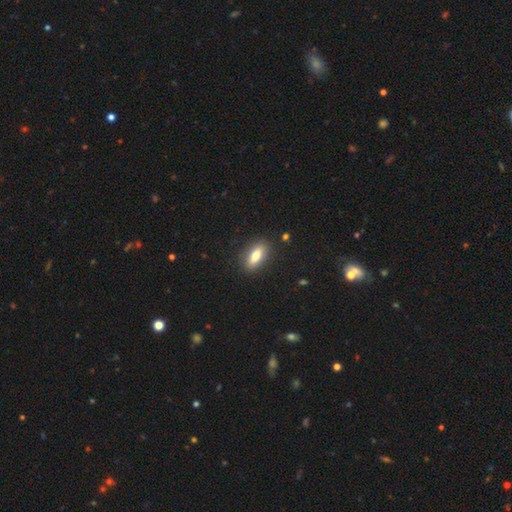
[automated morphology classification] Smooth or featured?
  - smooth: 72% *
  - featured or disk: 21%
  - star or artifact: 7%
How rounded?
  - in between: 72% *
  - cigar-shaped: 25%
  - round: 4%
Merging?
  - none: 87% *
  - minor disturbance: 9%
  - major disturbance: 3%
  - merger: 1%